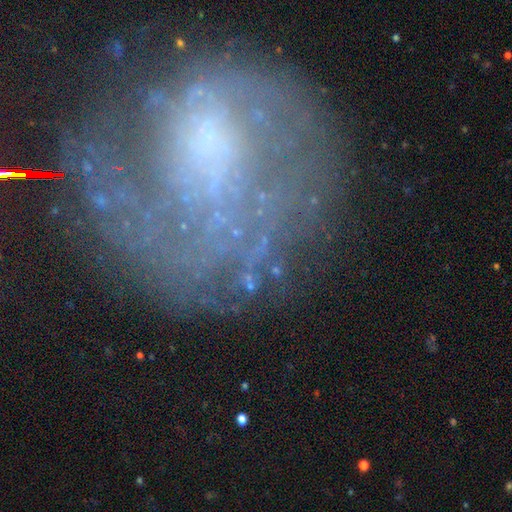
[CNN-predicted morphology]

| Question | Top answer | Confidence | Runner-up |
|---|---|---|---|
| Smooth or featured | featured or disk | 63% | smooth (20%) |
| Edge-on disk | no | 97% | yes (3%) |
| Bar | no | 70% | weak (23%) |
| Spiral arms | yes | 58% | no (42%) |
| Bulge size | none | 40% | small (31%) |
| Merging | none | 50% | major disturbance (26%) |